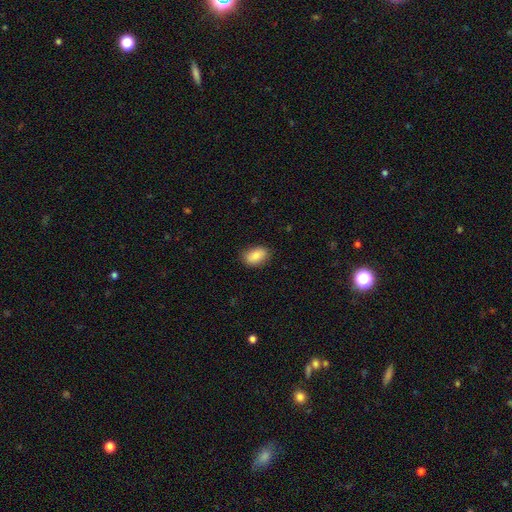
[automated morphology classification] smooth_or_featured: smooth (p=0.85) [alt: featured or disk p=0.08]
how_rounded: in between (p=0.89) [alt: round p=0.10]
merging: none (p=0.83) [alt: minor disturbance p=0.13]